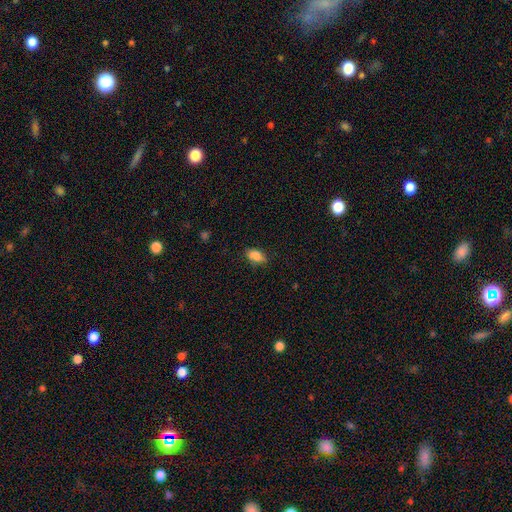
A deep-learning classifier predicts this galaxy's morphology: Smooth or featured? Predicted: smooth (p=0.86). How rounded? Predicted: in between (p=0.89). Merging? Predicted: none (p=0.82).